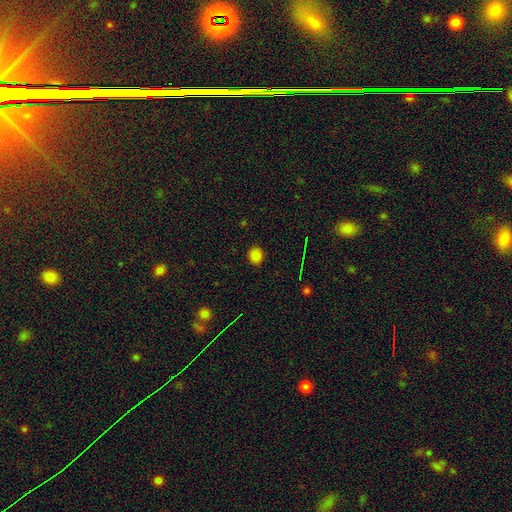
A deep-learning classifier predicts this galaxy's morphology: Q: Smooth or featured?
A: smooth (81%); runner-up: star or artifact (16%)
Q: How rounded?
A: round (73%); runner-up: in between (26%)
Q: Merging?
A: none (88%); runner-up: minor disturbance (8%)